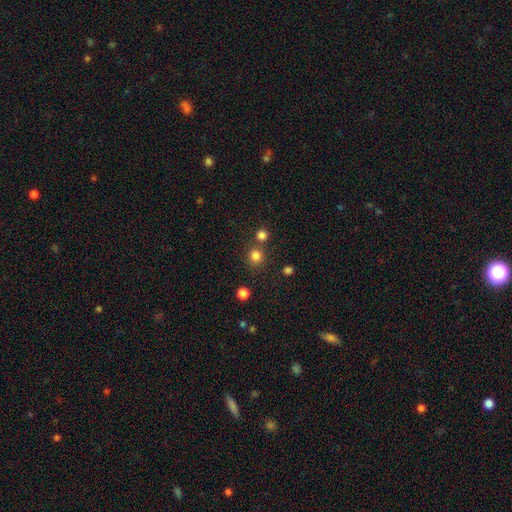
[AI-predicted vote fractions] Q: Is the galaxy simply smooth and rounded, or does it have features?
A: smooth — 81%.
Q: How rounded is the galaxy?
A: round — 92%.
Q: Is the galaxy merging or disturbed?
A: none — 75%.